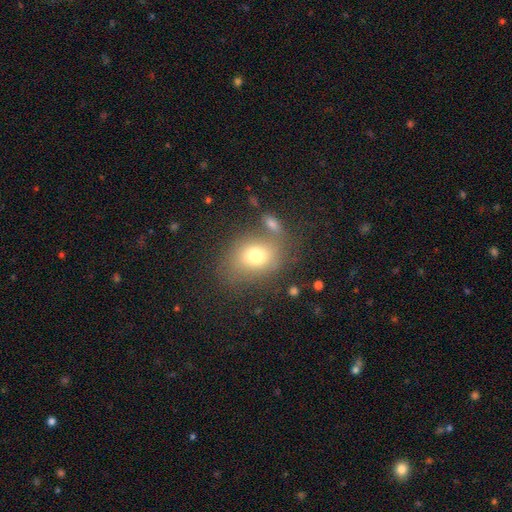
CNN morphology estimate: A smooth galaxy with no disk features (74%) that is in between round and cigar-shaped (54%). Merging: none (60%).